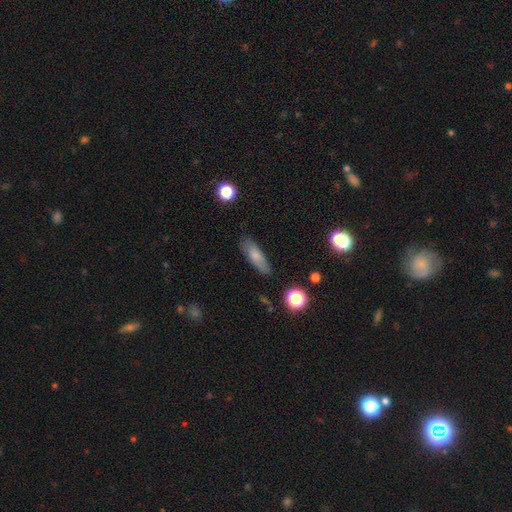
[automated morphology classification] This appears to be a smooth galaxy with no disk features (76%) that is in between round and cigar-shaped (52%). Merging: none (79%).